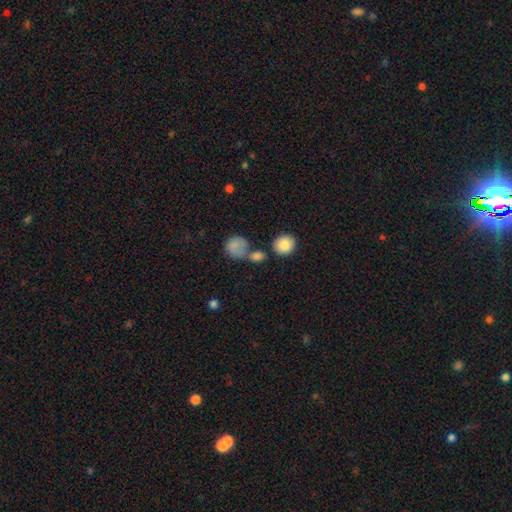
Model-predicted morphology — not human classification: Smooth or featured? smooth (75%)
How rounded? round (82%)
Merging? none (56%)